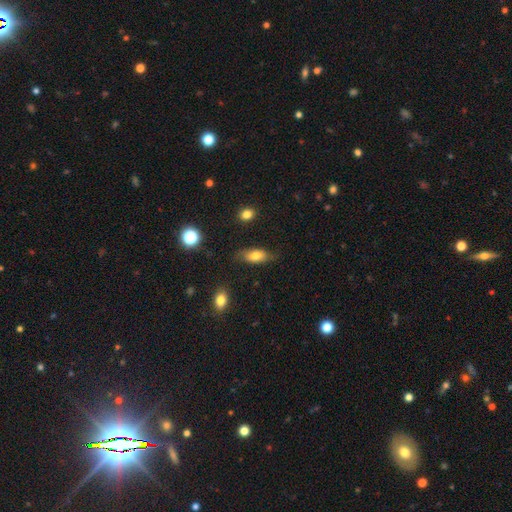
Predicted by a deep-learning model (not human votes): This appears to be a smooth galaxy with no disk features (70%) that is in between round and cigar-shaped (80%). Merging: none (69%).